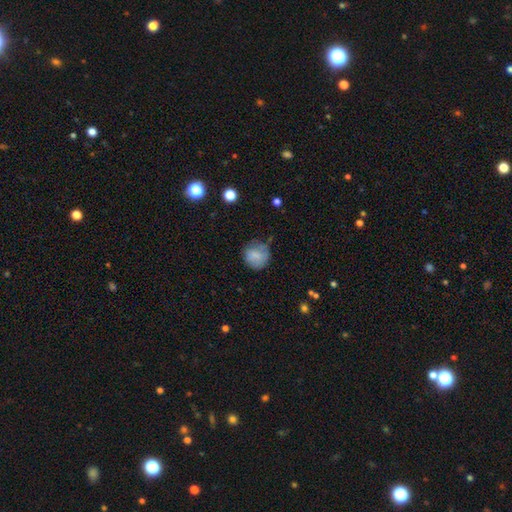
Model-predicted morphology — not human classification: The model was most divided on "merging": none: 57%, minor disturbance: 29%, major disturbance: 11%, merger: 3%. More confident: how rounded — round (84%); smooth or featured — smooth (77%).